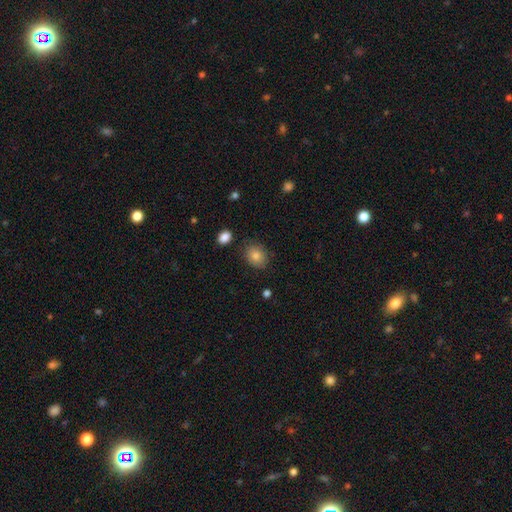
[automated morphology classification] The model was most divided on "how rounded": in between: 52%, round: 47%, cigar-shaped: 1%. More confident: merging — none (83%); smooth or featured — smooth (83%).